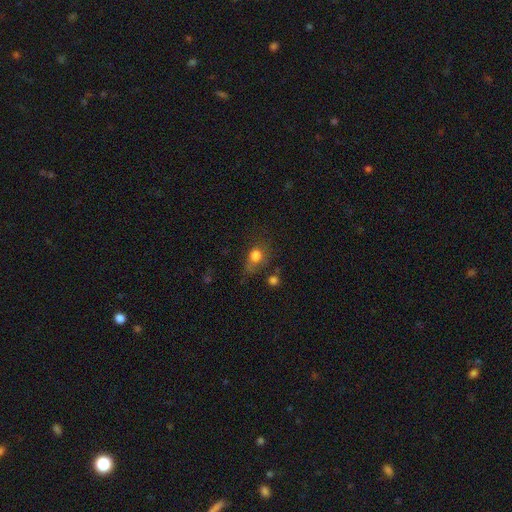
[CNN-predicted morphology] smooth-or-featured: smooth: 76% | featured or disk: 12% | star or artifact: 12%
  how-rounded: round: 54% | in between: 44% | cigar-shaped: 2%
  merging: none: 43% | minor disturbance: 28% | major disturbance: 22% | merger: 8%